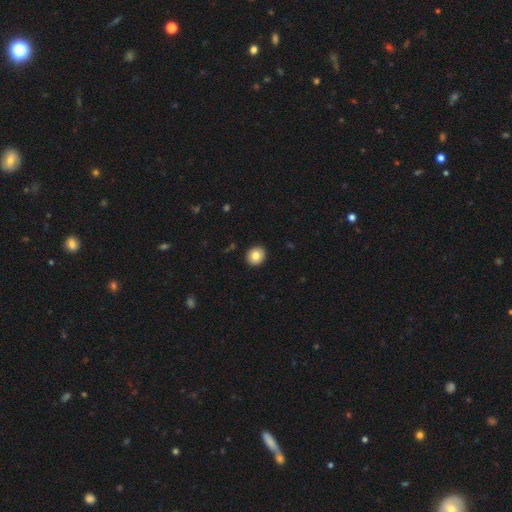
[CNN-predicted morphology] Q: Smooth or featured?
A: smooth (81%); runner-up: featured or disk (11%)
Q: How rounded?
A: round (80%); runner-up: in between (19%)
Q: Merging?
A: none (92%); runner-up: minor disturbance (5%)